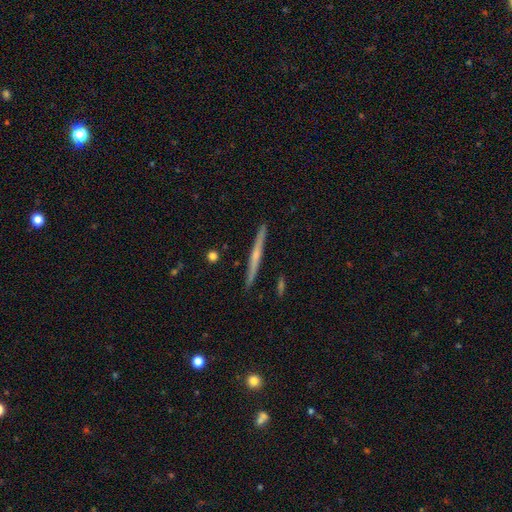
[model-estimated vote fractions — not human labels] Smooth or featured? Predicted: featured or disk (p=0.68). Edge-on disk? Predicted: yes (p=0.98). Edge-on bulge? Predicted: rounded (p=0.57). Merging? Predicted: none (p=0.92).